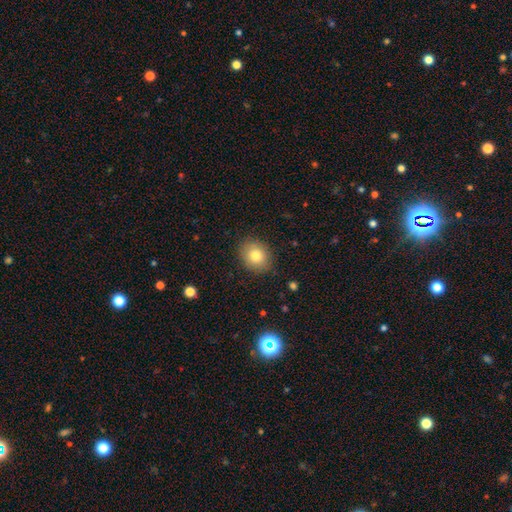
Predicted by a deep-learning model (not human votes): Smooth or featured: smooth — 80% (featured or disk — 10%)
How rounded: round — 64% (in between — 36%)
Merging: none — 86% (minor disturbance — 10%)